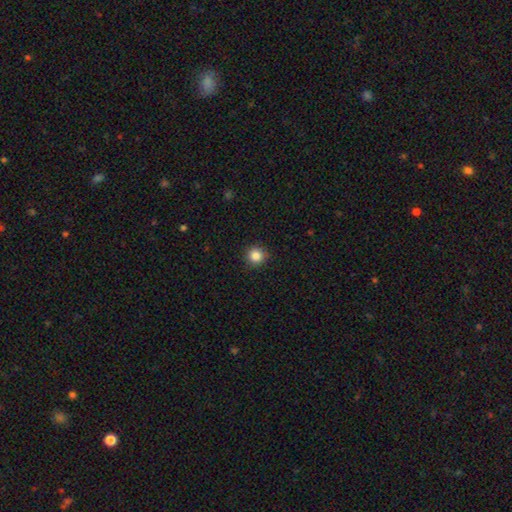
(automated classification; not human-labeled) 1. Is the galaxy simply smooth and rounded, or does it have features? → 86% smooth, 11% star or artifact, 4% featured or disk.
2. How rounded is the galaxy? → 94% round, 5% in between, 1% cigar-shaped.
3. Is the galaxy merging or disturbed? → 91% none, 6% minor disturbance, 2% major disturbance, 1% merger.